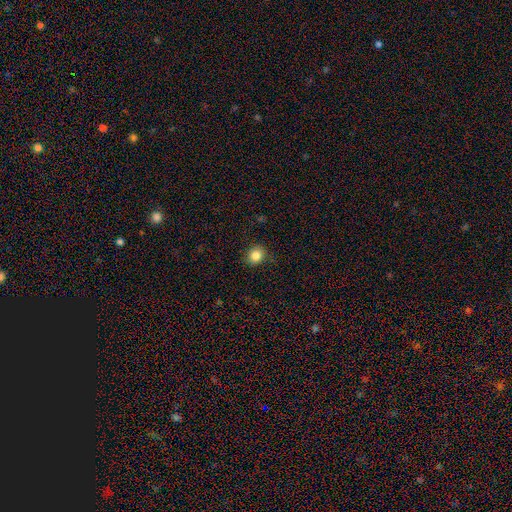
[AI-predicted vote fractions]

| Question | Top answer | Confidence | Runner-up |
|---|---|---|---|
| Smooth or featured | smooth | 84% | star or artifact (10%) |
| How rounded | round | 76% | in between (23%) |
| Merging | none | 88% | minor disturbance (9%) |